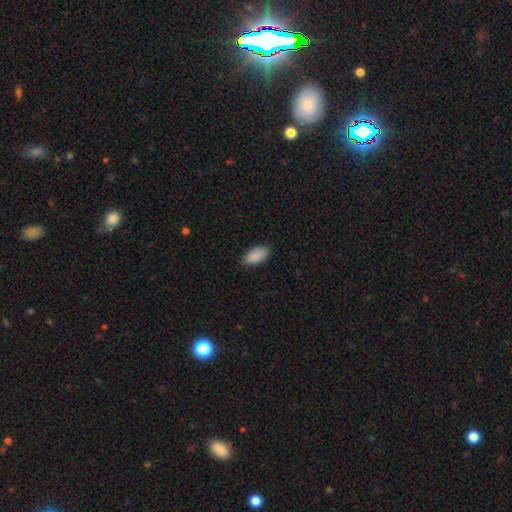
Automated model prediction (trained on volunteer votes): Smooth or featured? smooth (90%)
How rounded? in between (94%)
Merging? none (86%)